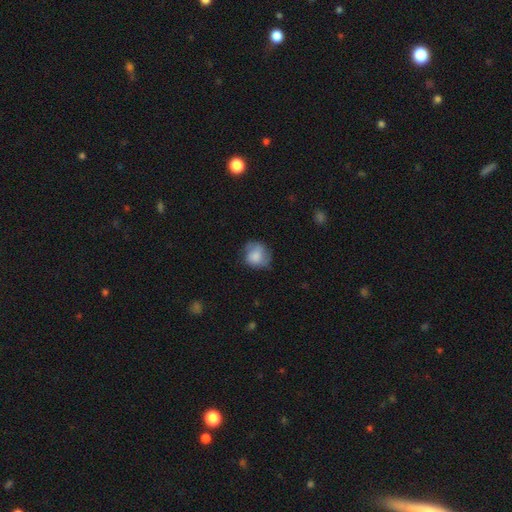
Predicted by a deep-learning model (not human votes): Smooth or featured? Predicted: smooth (p=0.73). How rounded? Predicted: round (p=0.77). Merging? Predicted: none (p=0.60).